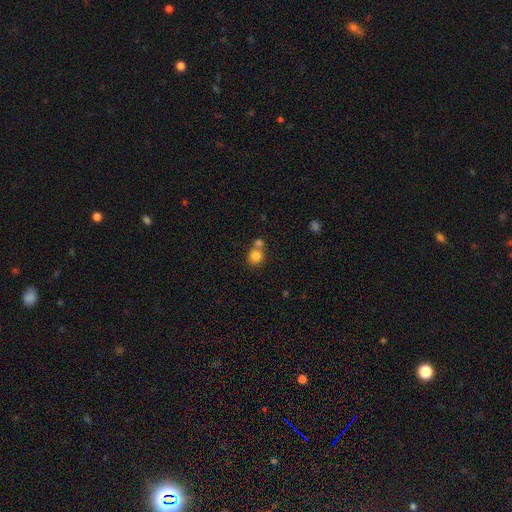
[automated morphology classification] Smooth or featured?
  - smooth: 82% *
  - star or artifact: 10%
  - featured or disk: 8%
How rounded?
  - round: 84% *
  - in between: 16%
  - cigar-shaped: 1%
Merging?
  - none: 50% *
  - merger: 39%
  - minor disturbance: 8%
  - major disturbance: 3%